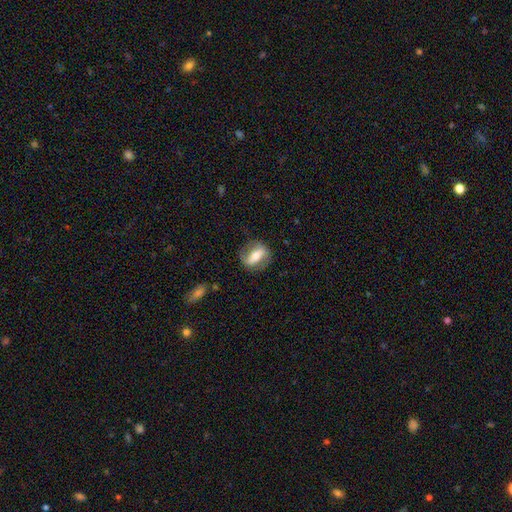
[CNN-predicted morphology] The model was most divided on "smooth or featured": featured or disk: 60%, smooth: 33%, star or artifact: 6%. More confident: edge-on disk — no (82%); merging — none (77%).